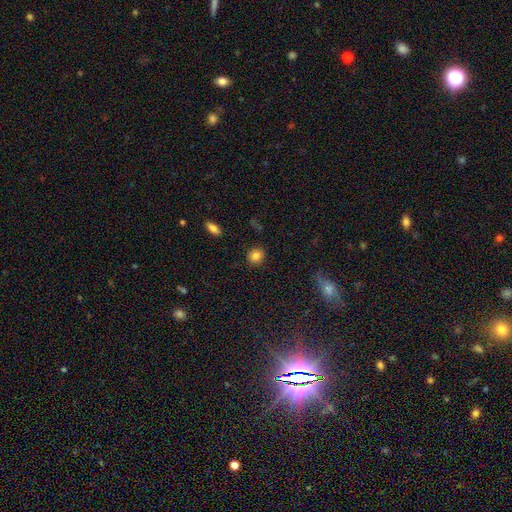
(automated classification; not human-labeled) Smooth or featured: smooth — 84% (star or artifact — 10%)
How rounded: round — 80% (in between — 19%)
Merging: none — 90% (minor disturbance — 7%)